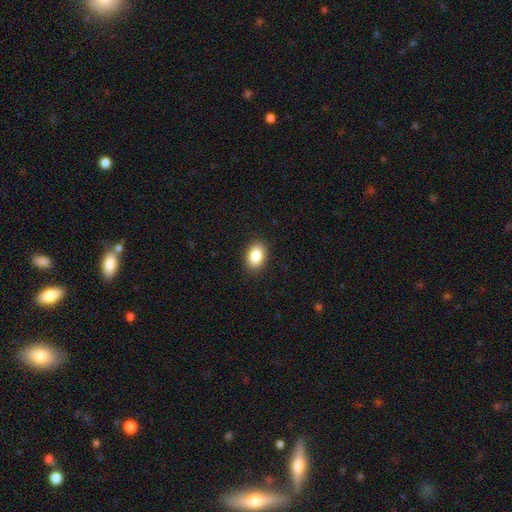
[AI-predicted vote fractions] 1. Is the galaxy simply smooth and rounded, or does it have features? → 87% smooth, 8% star or artifact, 5% featured or disk.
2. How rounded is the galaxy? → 84% in between, 15% round, 1% cigar-shaped.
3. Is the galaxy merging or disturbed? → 89% none, 8% minor disturbance, 2% major disturbance, 1% merger.